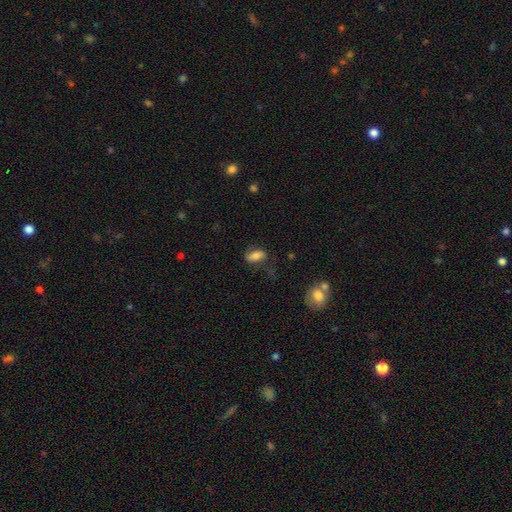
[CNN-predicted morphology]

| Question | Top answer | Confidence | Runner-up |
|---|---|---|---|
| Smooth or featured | smooth | 68% | featured or disk (23%) |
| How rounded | in between | 86% | cigar-shaped (7%) |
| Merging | none | 63% | minor disturbance (23%) |